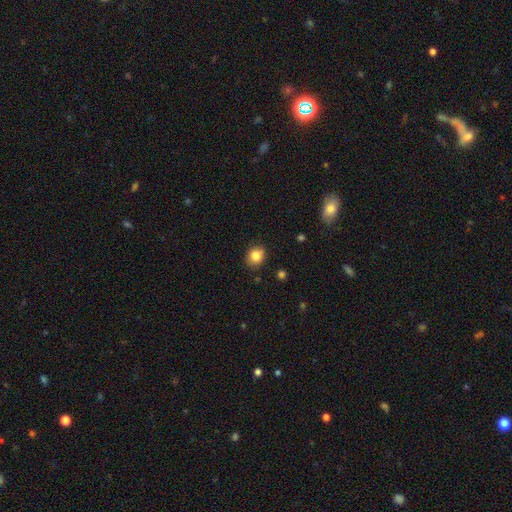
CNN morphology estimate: type=smooth (83%); roundness=round (68%); merging=none (85%).